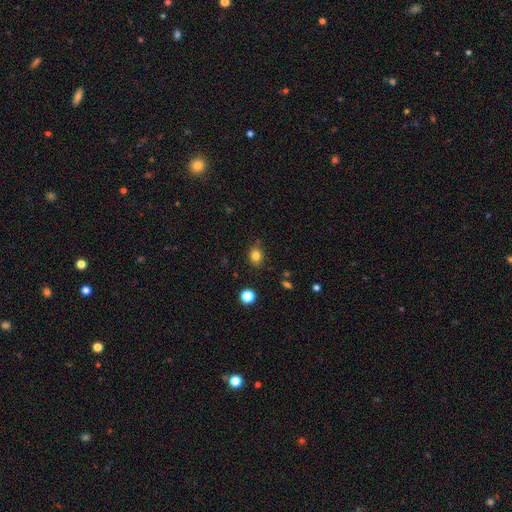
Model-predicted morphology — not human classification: A smooth galaxy with no disk features (82%) that is round (61%). Merging: none (84%).